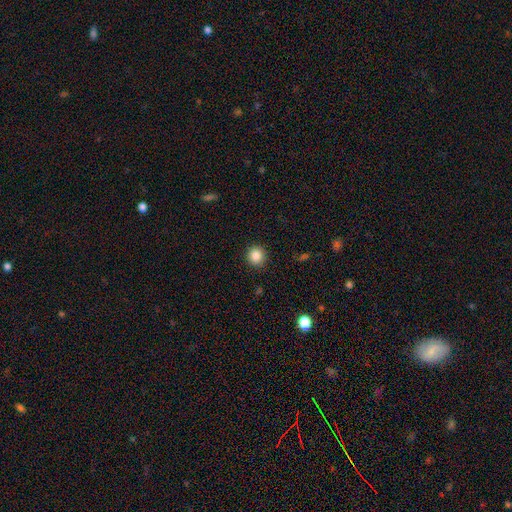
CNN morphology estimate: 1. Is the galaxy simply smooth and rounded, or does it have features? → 86% smooth, 10% star or artifact, 4% featured or disk.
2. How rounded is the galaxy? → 92% round, 7% in between, 1% cigar-shaped.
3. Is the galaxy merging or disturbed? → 91% none, 6% minor disturbance, 2% major disturbance, 1% merger.